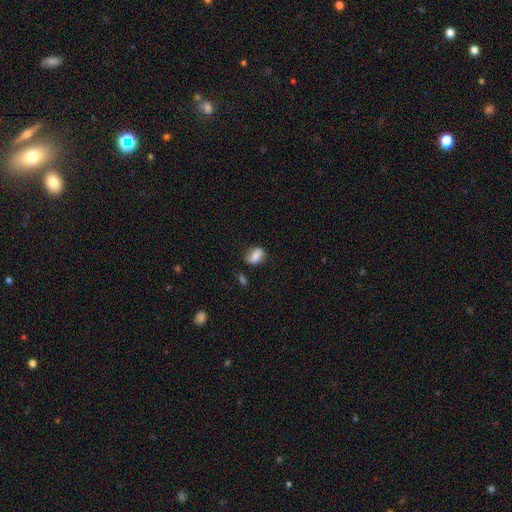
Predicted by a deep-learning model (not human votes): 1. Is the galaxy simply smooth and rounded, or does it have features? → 78% smooth, 13% featured or disk, 9% star or artifact.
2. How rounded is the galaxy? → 80% in between, 15% round, 5% cigar-shaped.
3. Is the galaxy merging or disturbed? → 59% none, 27% minor disturbance, 8% major disturbance, 5% merger.